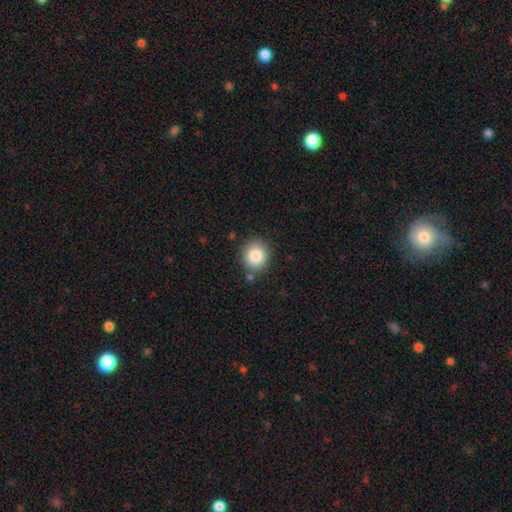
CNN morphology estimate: This appears to be a smooth galaxy with no disk features (84%) that is round (82%). Merging: none (84%).